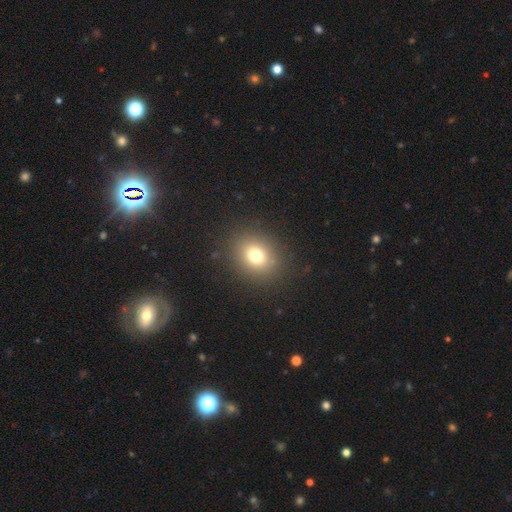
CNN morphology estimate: Overall: smooth (75%). How rounded: round (62%; in between 38%). Merging: none (88%).